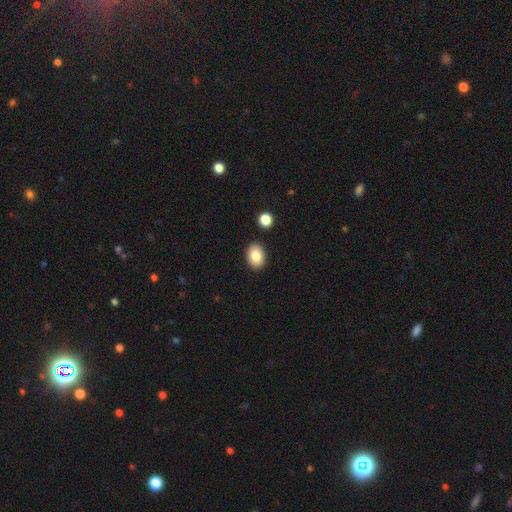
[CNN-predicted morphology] This appears to be a smooth galaxy with no disk features (86%) that is in between round and cigar-shaped (80%). Merging: none (88%).